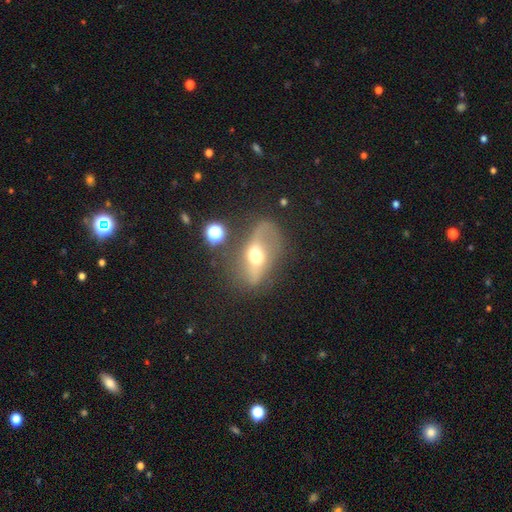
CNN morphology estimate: This appears to be a featured or disk galaxy (63%) with no bar (41%), spiral arms (63%) and a moderate central bulge (68%). Merging: none (55%).